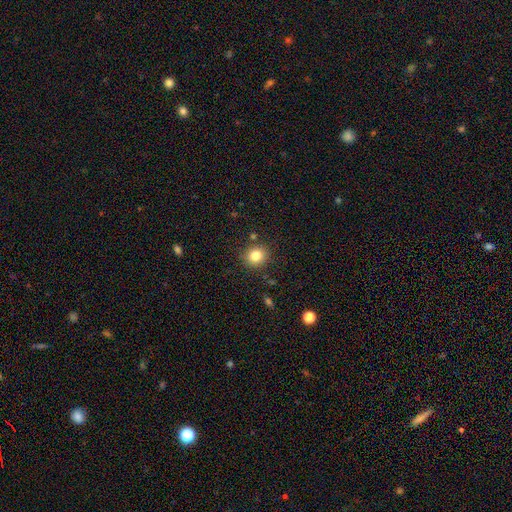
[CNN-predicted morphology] The model was most divided on "how rounded": round: 84%, in between: 15%, cigar-shaped: 1%. More confident: merging — none (87%); smooth or featured — smooth (81%).